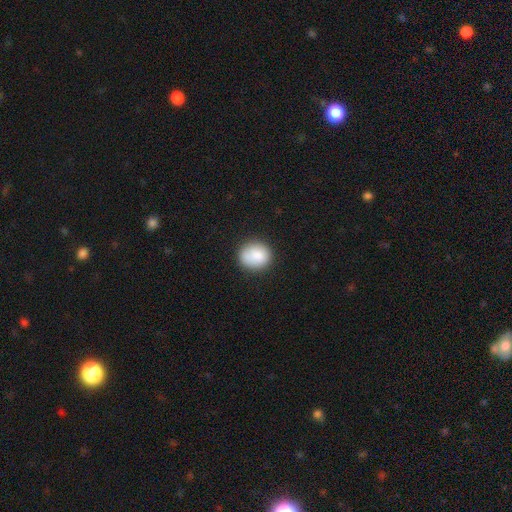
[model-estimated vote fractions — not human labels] Smooth or featured? smooth (86%)
How rounded? round (76%)
Merging? none (79%)